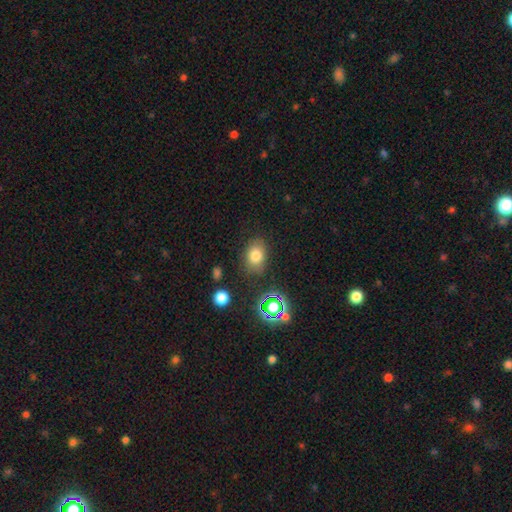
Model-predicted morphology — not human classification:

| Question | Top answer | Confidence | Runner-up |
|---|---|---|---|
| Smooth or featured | smooth | 77% | star or artifact (14%) |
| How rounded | in between | 69% | round (30%) |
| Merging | none | 79% | minor disturbance (14%) |